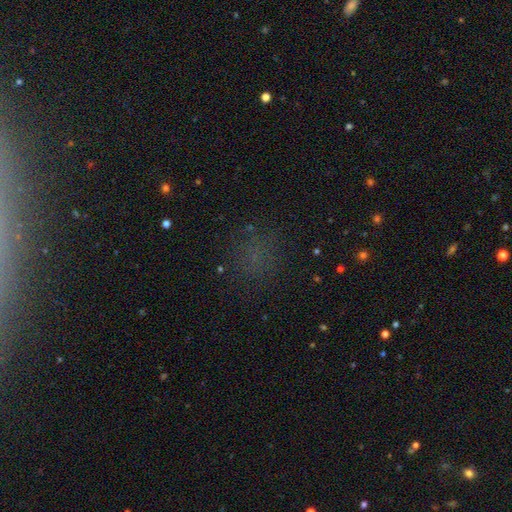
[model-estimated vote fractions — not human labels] This is possibly a smooth galaxy (51%). How rounded: clearly round (81%). Merging: likely none (80%).